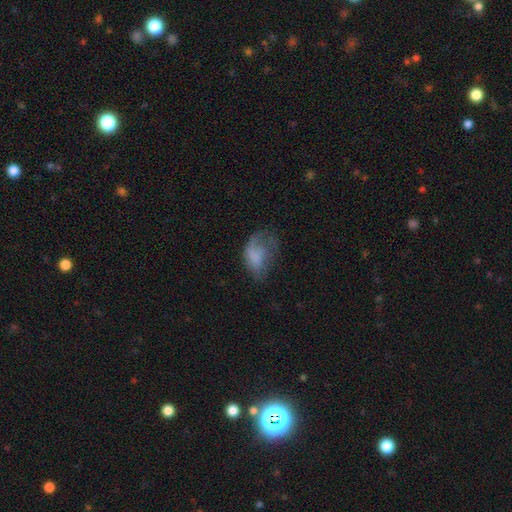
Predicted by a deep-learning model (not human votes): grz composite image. It shows a smooth galaxy with no disk features (55%) that is in between round and cigar-shaped (86%). Merging: major disturbance (44%).